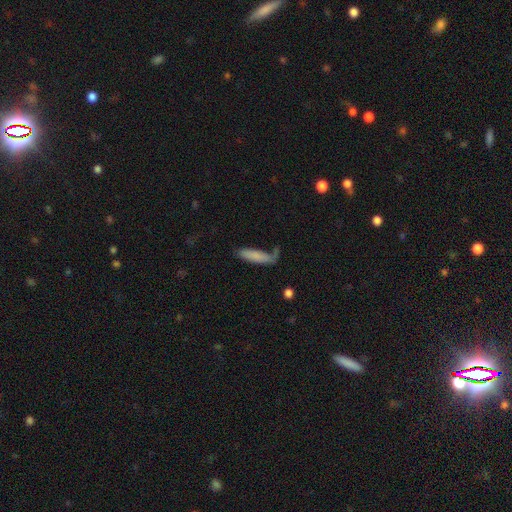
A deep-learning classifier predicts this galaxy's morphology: Smooth or featured? Predicted: smooth (p=0.78). How rounded? Predicted: cigar-shaped (p=0.66). Merging? Predicted: none (p=0.54).